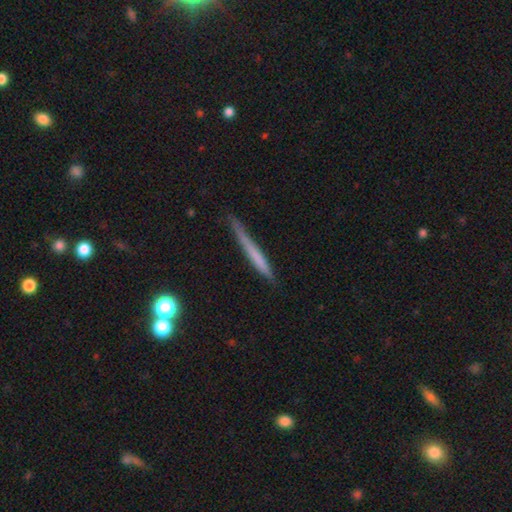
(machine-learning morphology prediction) smooth-or-featured: smooth: 55% | featured or disk: 37% | star or artifact: 8%
  how-rounded: cigar-shaped: 96% | in between: 3% | round: 2%
  merging: none: 79% | minor disturbance: 15% | major disturbance: 4% | merger: 2%